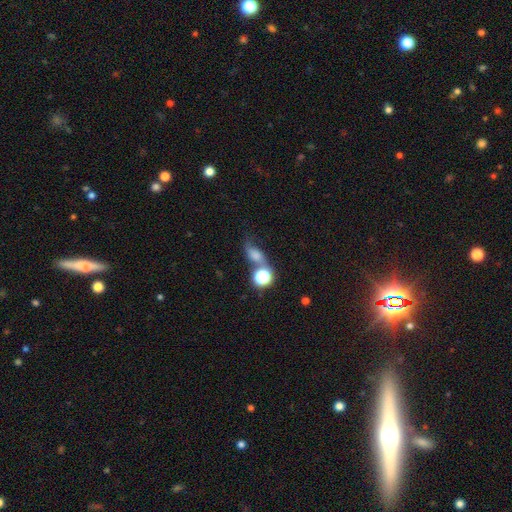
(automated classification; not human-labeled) Smooth or featured?
  - smooth: 59% *
  - featured or disk: 21%
  - star or artifact: 20%
How rounded?
  - in between: 59% *
  - round: 35%
  - cigar-shaped: 6%
Merging?
  - none: 37% *
  - merger: 28%
  - minor disturbance: 18%
  - major disturbance: 16%